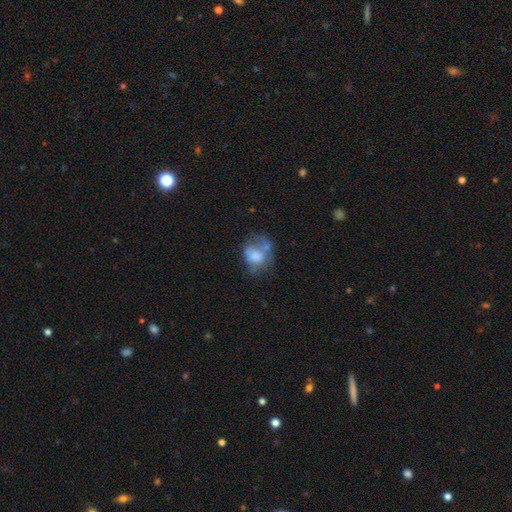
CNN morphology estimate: Smooth or featured? Predicted: smooth (p=0.59). How rounded? Predicted: round (p=0.50). Merging? Predicted: none (p=0.32).